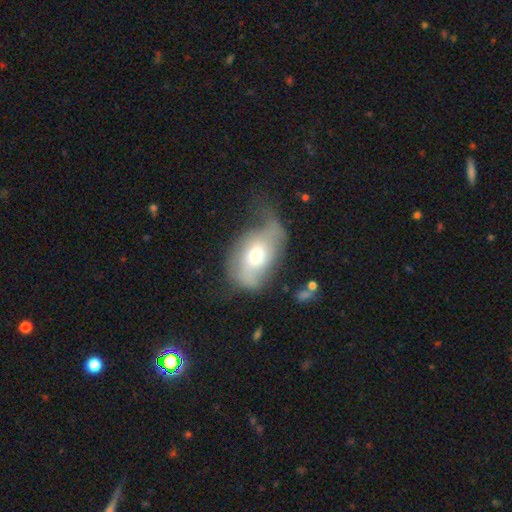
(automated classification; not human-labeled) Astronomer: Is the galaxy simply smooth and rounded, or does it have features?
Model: smooth — 53% (runner-up: featured or disk, 39%).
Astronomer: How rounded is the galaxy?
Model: in between — 78%.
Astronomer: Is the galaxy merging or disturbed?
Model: major disturbance — 41% (runner-up: minor disturbance, 31%).